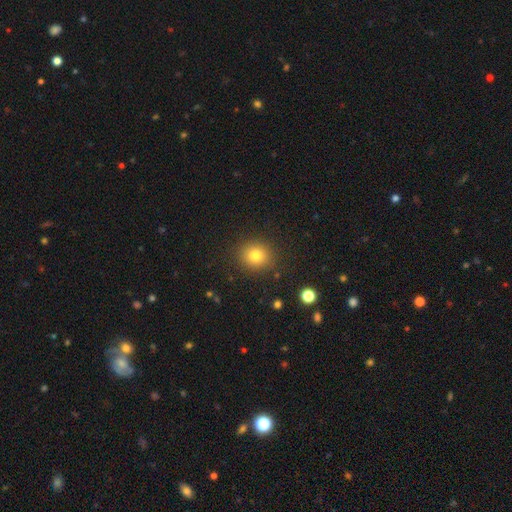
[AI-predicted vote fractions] This is likely a smooth galaxy (79%). How rounded: clearly round (83%). Merging: clearly none (88%).